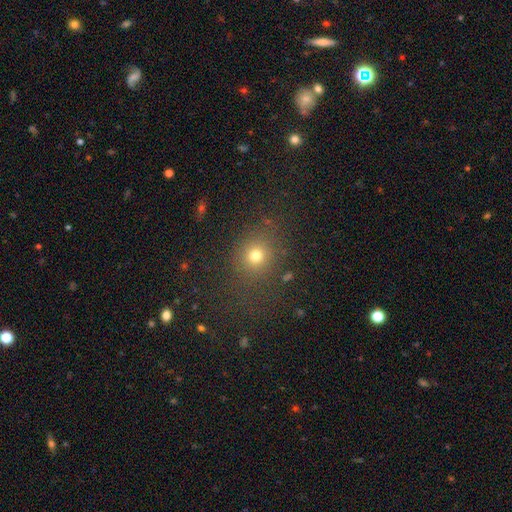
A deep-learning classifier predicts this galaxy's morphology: Smooth or featured? Predicted: smooth (p=0.73). How rounded? Predicted: round (p=0.78). Merging? Predicted: none (p=0.77).